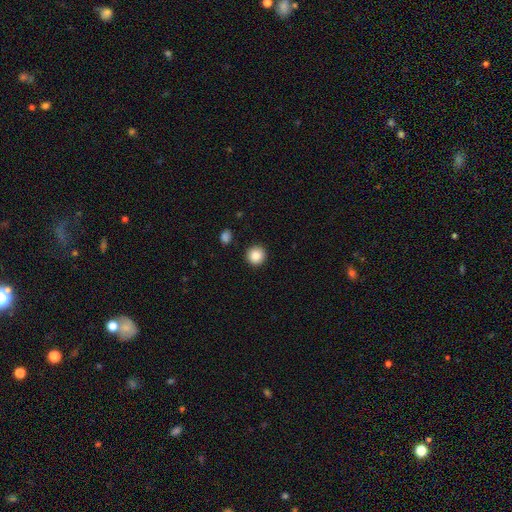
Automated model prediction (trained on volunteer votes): Q: Smooth or featured?
A: smooth (87%); runner-up: star or artifact (9%)
Q: How rounded?
A: round (95%); runner-up: in between (5%)
Q: Merging?
A: none (91%); runner-up: minor disturbance (6%)